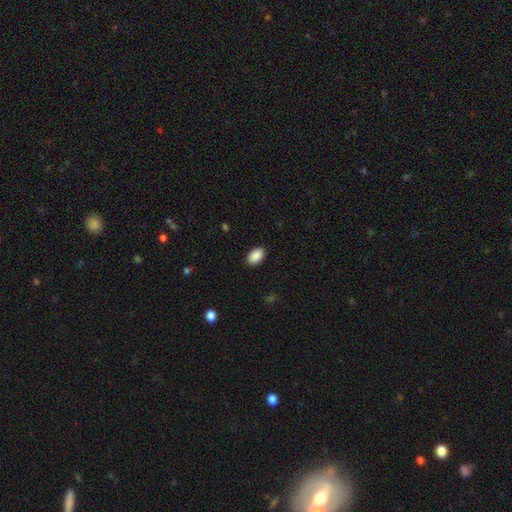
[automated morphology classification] Smooth or featured?
  - smooth: 90% *
  - star or artifact: 7%
  - featured or disk: 3%
How rounded?
  - in between: 92% *
  - round: 7%
  - cigar-shaped: 1%
Merging?
  - none: 90% *
  - minor disturbance: 7%
  - major disturbance: 2%
  - merger: 1%